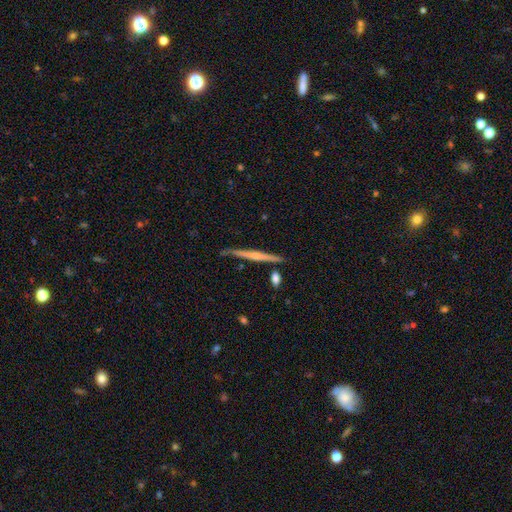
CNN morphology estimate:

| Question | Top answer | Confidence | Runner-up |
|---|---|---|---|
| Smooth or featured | featured or disk | 68% | smooth (27%) |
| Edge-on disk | yes | 98% | no (2%) |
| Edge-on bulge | rounded | 57% | none (32%) |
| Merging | none | 84% | minor disturbance (11%) |